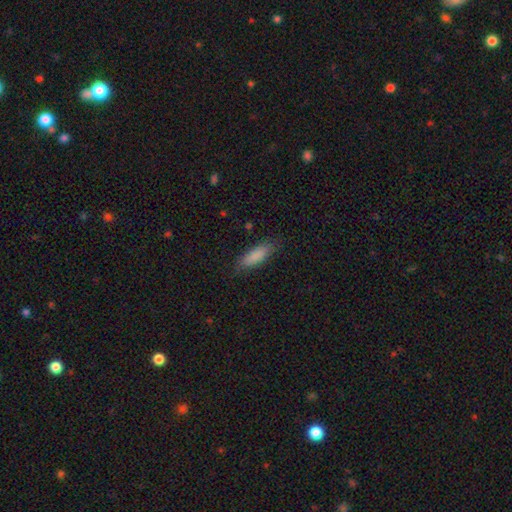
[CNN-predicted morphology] type=smooth (86%); roundness=cigar-shaped (49%, tied with in between); merging=none (82%).